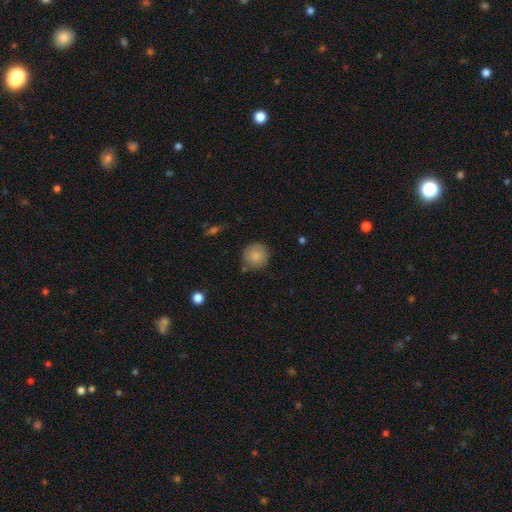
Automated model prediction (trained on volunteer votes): smooth_or_featured: smooth (p=0.85) [alt: star or artifact p=0.08]
how_rounded: round (p=0.93) [alt: in between p=0.06]
merging: none (p=0.81) [alt: minor disturbance p=0.13]